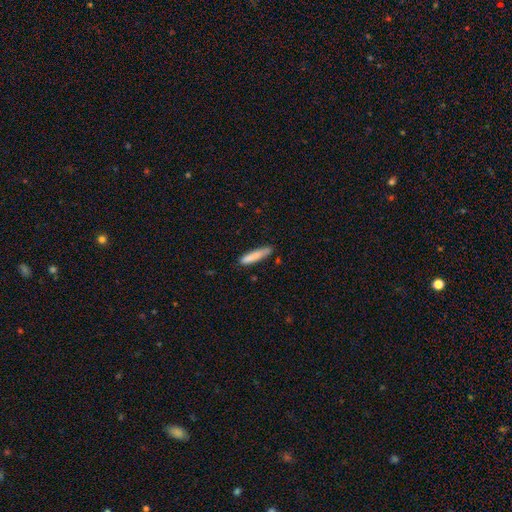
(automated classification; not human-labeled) Smooth or featured?
  - smooth: 83% *
  - featured or disk: 11%
  - star or artifact: 6%
How rounded?
  - cigar-shaped: 89% *
  - in between: 10%
  - round: 1%
Merging?
  - none: 78% *
  - minor disturbance: 16%
  - major disturbance: 3%
  - merger: 3%